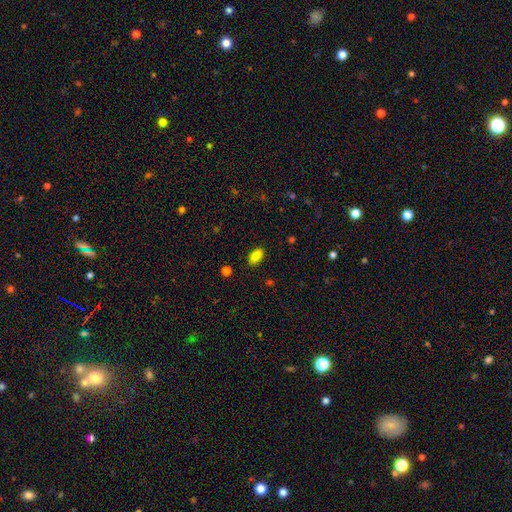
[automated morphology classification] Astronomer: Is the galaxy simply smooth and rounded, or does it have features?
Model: smooth — 87%.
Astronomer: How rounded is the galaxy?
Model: in between — 92%.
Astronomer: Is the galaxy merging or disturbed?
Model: none — 86%.